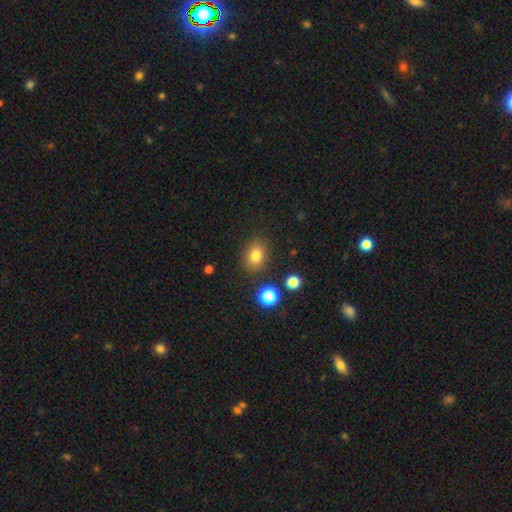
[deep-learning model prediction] Smooth or featured? smooth (81%)
How rounded? in between (54%)
Merging? none (83%)